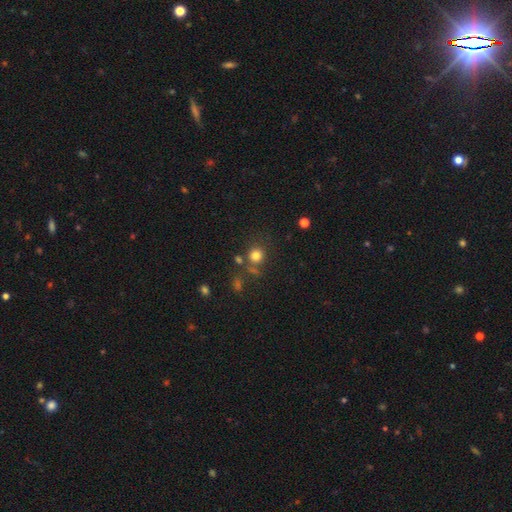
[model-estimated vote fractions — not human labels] smooth_or_featured: smooth (p=0.78) [alt: star or artifact p=0.14]
how_rounded: round (p=0.87) [alt: in between p=0.12]
merging: none (p=0.69) [alt: merger p=0.12]